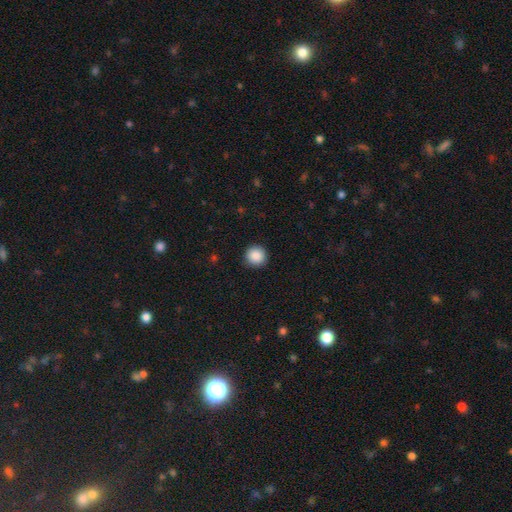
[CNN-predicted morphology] Smooth or featured?
  - smooth: 89% *
  - star or artifact: 8%
  - featured or disk: 3%
How rounded?
  - round: 94% *
  - in between: 5%
  - cigar-shaped: 1%
Merging?
  - none: 92% *
  - minor disturbance: 6%
  - major disturbance: 2%
  - merger: 1%